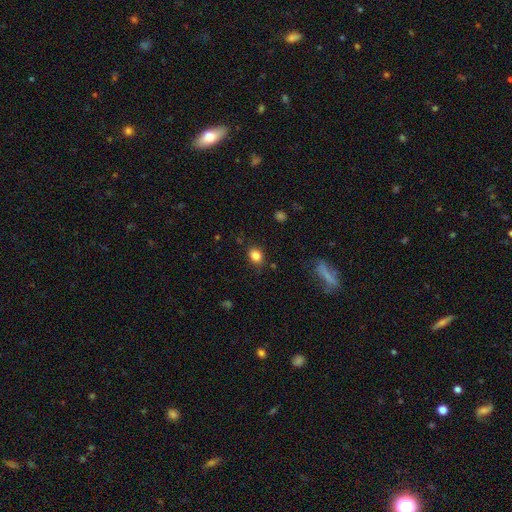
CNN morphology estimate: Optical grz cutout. It shows a smooth galaxy with no disk features (84%) that is round (57%). Merging: none (86%).